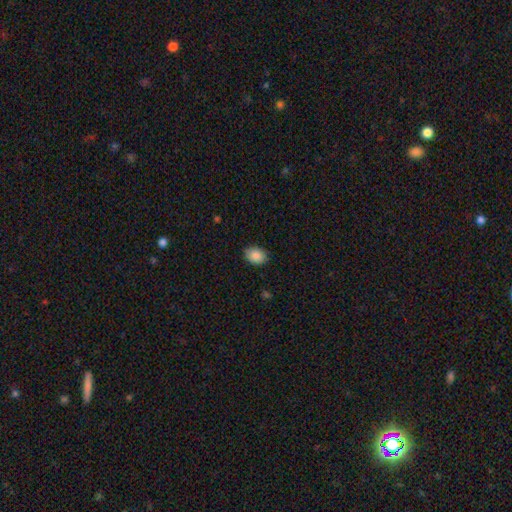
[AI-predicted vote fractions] A smooth galaxy with no disk features (88%) that is in between round and cigar-shaped (74%). Merging: none (85%).